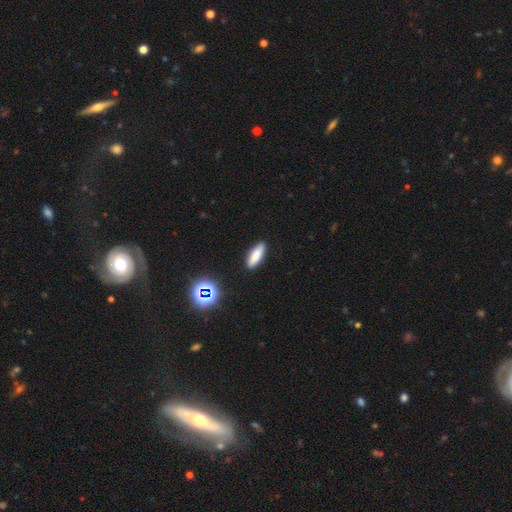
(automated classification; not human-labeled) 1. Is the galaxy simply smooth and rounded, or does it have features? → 79% smooth, 11% featured or disk, 10% star or artifact.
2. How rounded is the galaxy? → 53% in between, 45% cigar-shaped, 2% round.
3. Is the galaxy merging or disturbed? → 88% none, 8% minor disturbance, 2% major disturbance, 1% merger.